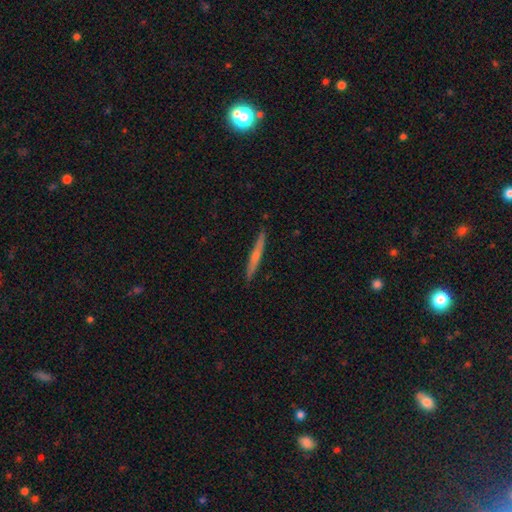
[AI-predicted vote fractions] Q: Smooth or featured?
A: featured or disk (52%); runner-up: smooth (42%)
Q: Edge-on disk?
A: yes (96%); runner-up: no (4%)
Q: Merging?
A: none (89%); runner-up: minor disturbance (8%)